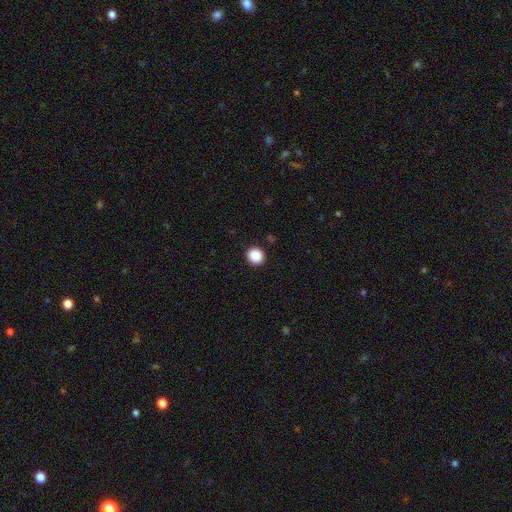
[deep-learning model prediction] This is clearly a smooth galaxy (88%). How rounded: clearly round (87%). Merging: clearly none (92%).